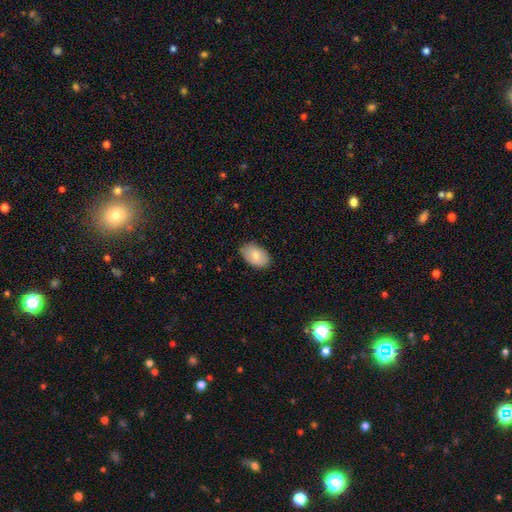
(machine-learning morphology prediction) smooth-or-featured: smooth: 81% | featured or disk: 12% | star or artifact: 6%
  how-rounded: in between: 91% | round: 8% | cigar-shaped: 1%
  merging: none: 83% | minor disturbance: 14% | major disturbance: 2% | merger: 1%